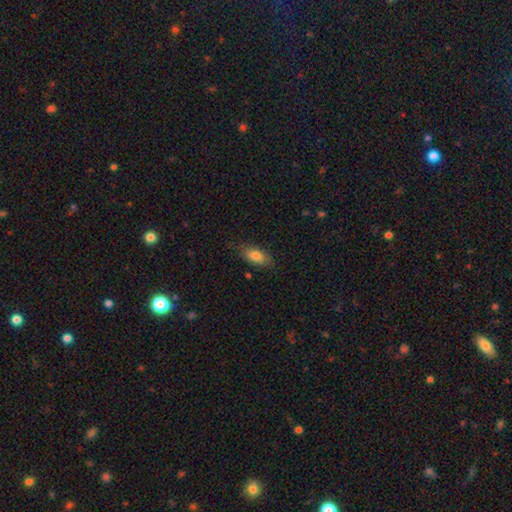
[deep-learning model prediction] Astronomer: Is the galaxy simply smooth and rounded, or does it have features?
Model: smooth — 81%.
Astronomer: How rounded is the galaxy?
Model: in between — 86%.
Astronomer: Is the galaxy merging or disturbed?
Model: none — 79%.